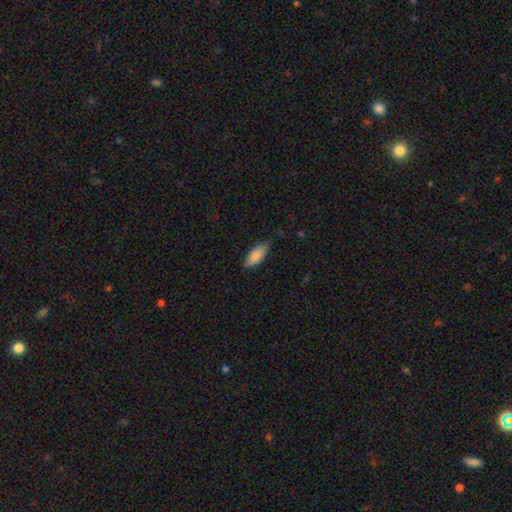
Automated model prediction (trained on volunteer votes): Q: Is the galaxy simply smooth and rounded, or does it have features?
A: smooth — 84%.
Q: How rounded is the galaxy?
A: in between — 73%.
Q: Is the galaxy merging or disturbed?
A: none — 73%.